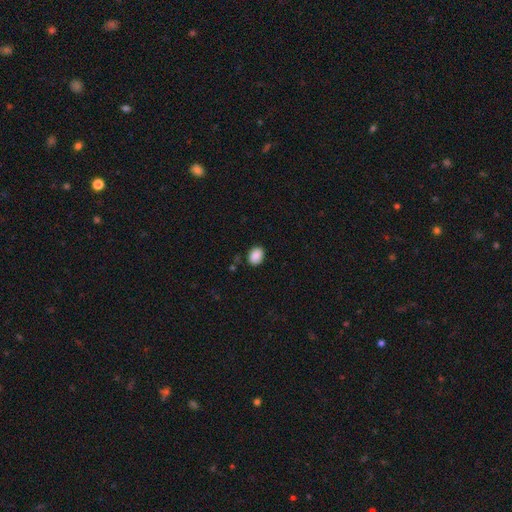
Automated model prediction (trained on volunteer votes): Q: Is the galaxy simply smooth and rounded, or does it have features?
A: smooth — 89%.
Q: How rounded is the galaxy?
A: in between — 69%.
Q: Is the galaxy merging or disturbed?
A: none — 85%.